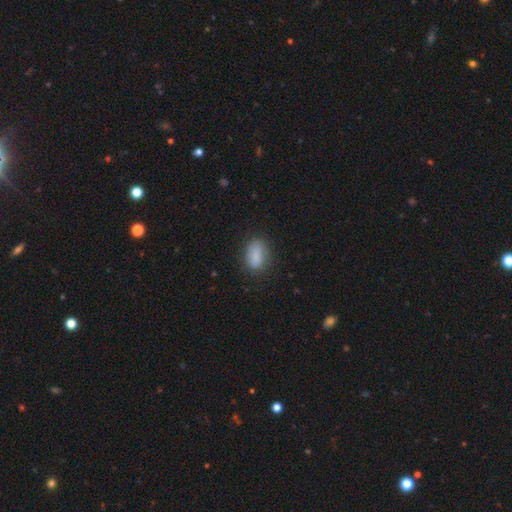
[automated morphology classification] A smooth galaxy with no disk features (86%) that is in between round and cigar-shaped (88%).

Vote fractions:
- Smooth or featured? smooth: 86% / star or artifact: 8% / featured or disk: 6%
- How rounded? in between: 88% / round: 8% / cigar-shaped: 4%
- Merging? none: 77% / minor disturbance: 17% / major disturbance: 5% / merger: 1%